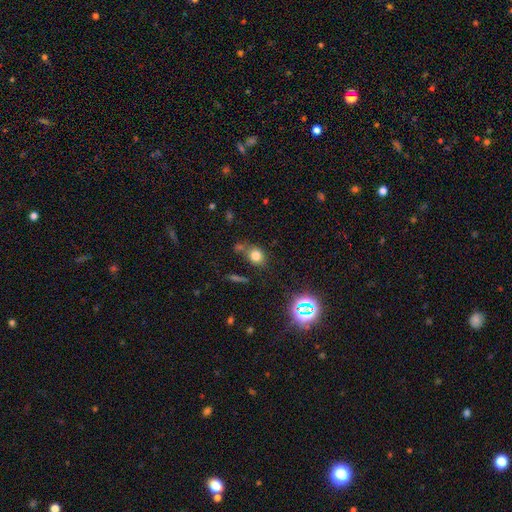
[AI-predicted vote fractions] Smooth or featured?
  - smooth: 75% *
  - star or artifact: 16%
  - featured or disk: 9%
How rounded?
  - round: 56% *
  - in between: 42%
  - cigar-shaped: 2%
Merging?
  - none: 62% *
  - minor disturbance: 16%
  - merger: 16%
  - major disturbance: 6%